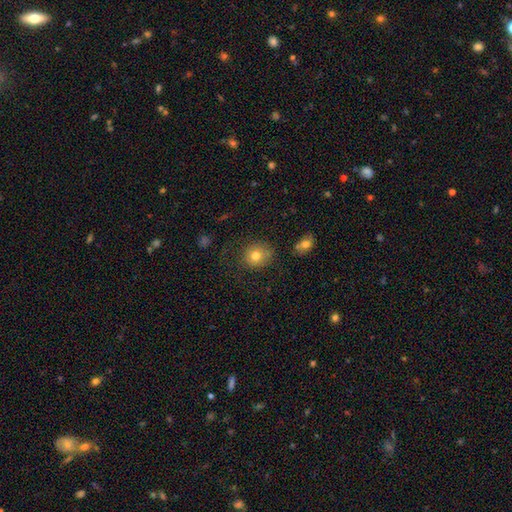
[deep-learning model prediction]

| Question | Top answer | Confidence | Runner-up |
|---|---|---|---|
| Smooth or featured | smooth | 79% | star or artifact (12%) |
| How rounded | round | 84% | in between (15%) |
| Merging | none | 78% | minor disturbance (14%) |